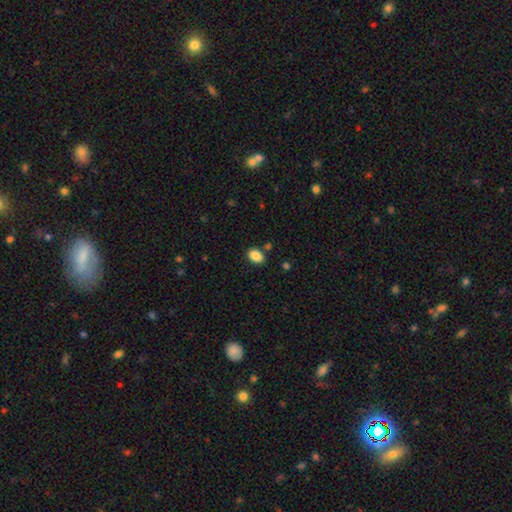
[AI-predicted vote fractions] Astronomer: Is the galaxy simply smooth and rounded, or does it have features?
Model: smooth — 87%.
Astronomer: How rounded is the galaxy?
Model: in between — 82%.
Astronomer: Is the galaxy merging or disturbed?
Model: none — 83%.